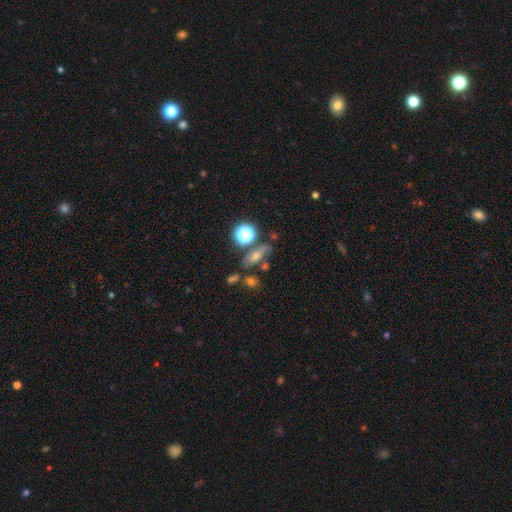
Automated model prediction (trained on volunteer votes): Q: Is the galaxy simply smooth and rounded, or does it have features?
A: smooth — 41%.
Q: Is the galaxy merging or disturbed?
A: none — 66%.